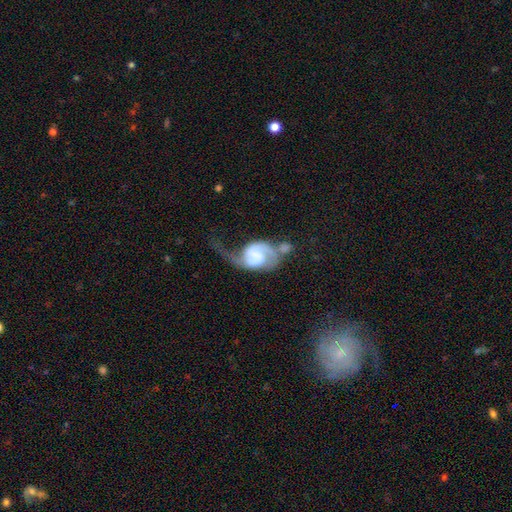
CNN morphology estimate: featured or disk 83%, smooth 12%, star or artifact 5%. Down the decision tree: edge-on disk — no (98%); bar — weak (44%); spiral arms — yes (95%); spiral arm count — 2 (83%); spiral winding — medium (42%); bulge size — none (44%); merging — major disturbance (33%).